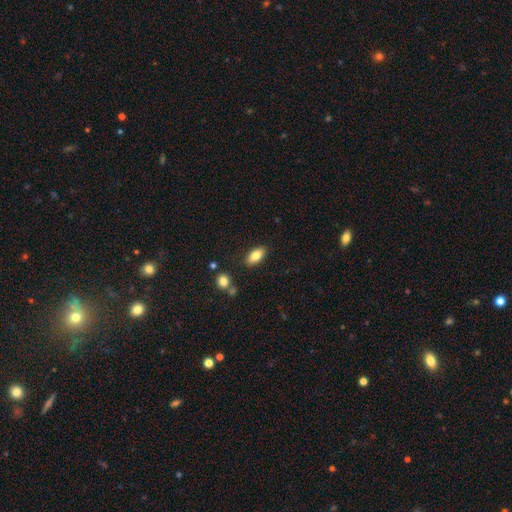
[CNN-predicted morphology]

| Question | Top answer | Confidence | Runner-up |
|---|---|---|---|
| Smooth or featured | smooth | 81% | featured or disk (12%) |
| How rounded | in between | 89% | cigar-shaped (7%) |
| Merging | none | 86% | minor disturbance (10%) |